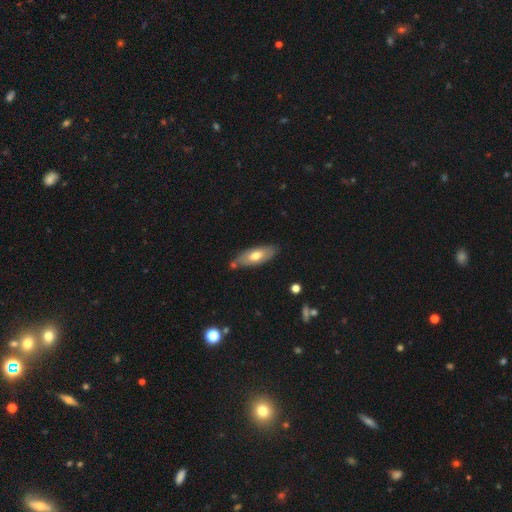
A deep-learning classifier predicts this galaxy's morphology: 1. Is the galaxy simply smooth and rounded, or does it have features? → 57% smooth, 37% featured or disk, 6% star or artifact.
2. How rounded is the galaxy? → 72% in between, 26% cigar-shaped, 2% round.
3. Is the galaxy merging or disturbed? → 73% none, 18% minor disturbance, 6% merger, 3% major disturbance.